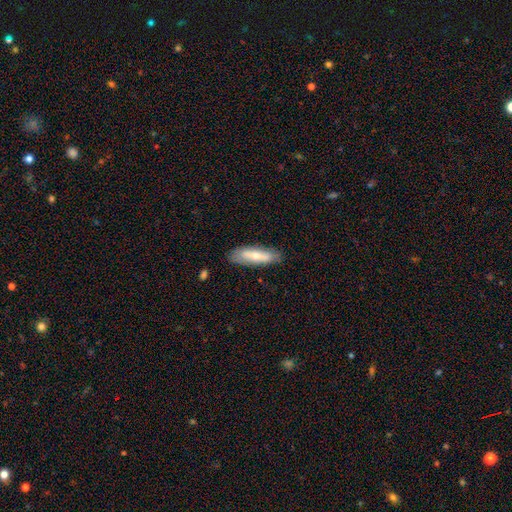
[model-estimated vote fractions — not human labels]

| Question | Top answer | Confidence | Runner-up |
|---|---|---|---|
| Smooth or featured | smooth | 58% | featured or disk (37%) |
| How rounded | cigar-shaped | 54% | in between (44%) |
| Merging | none | 82% | minor disturbance (13%) |